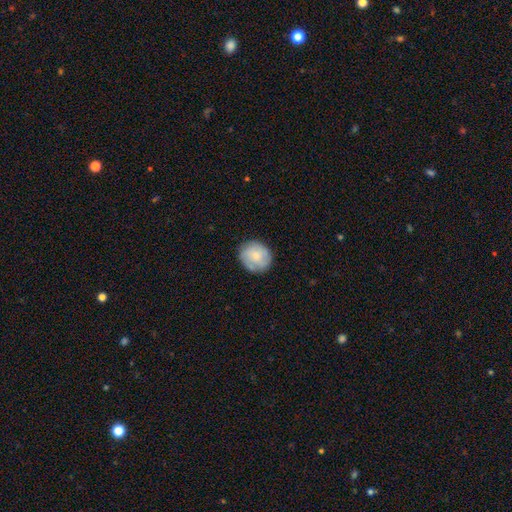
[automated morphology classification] Overall: smooth (66%; featured or disk 27%). How rounded: round (79%). Merging: none (79%).